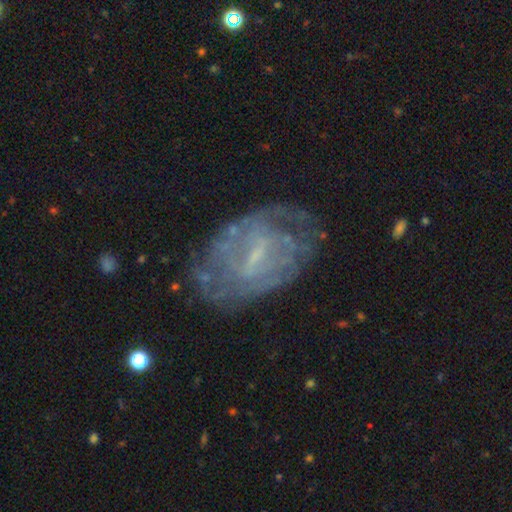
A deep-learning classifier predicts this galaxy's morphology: The model was most divided on "bar": weak: 57%, no: 24%, strong: 19%. More confident: edge-on disk — no (96%); smooth or featured — featured or disk (75%); spiral arms — yes (69%); merging — none (65%); bulge size — small (60%).